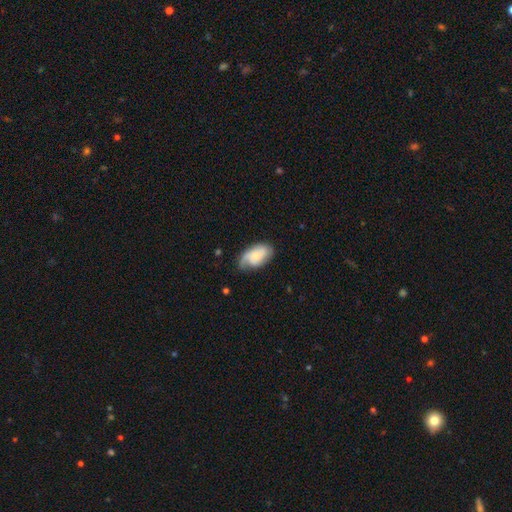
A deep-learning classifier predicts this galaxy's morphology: A featured or disk galaxy (48%).

Vote fractions:
- Smooth or featured? featured or disk: 48% / smooth: 46% / star or artifact: 7%
- Merging? none: 55% / minor disturbance: 30% / major disturbance: 13% / merger: 2%